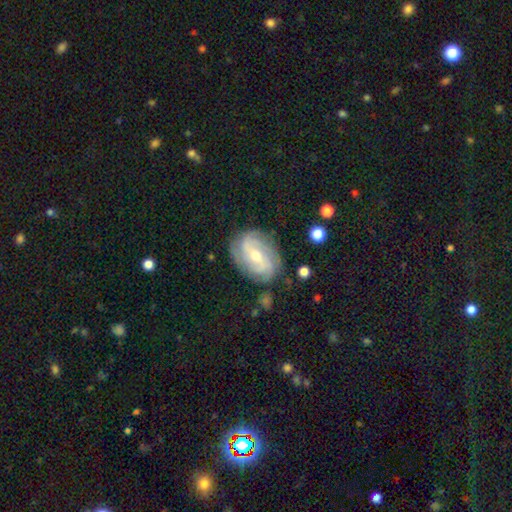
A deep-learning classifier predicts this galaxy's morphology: This is clearly a featured or disk galaxy (84%). It is clearly not viewed edge-on (97%). Bar: marginally weak (43%). Spiral arm pattern: clearly yes (96%). Spiral arm count: marginally 3 (30%). Spiral winding: possibly tight (59%). Central bulge: possibly moderate (53%). Merging: likely none (78%).